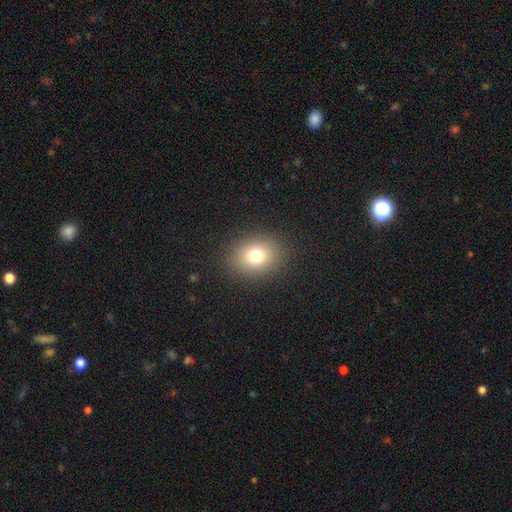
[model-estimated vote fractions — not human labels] smooth_or_featured: smooth (p=0.76) [alt: star or artifact p=0.13]
how_rounded: in between (p=0.50) [alt: round p=0.49]
merging: none (p=0.88) [alt: minor disturbance p=0.08]